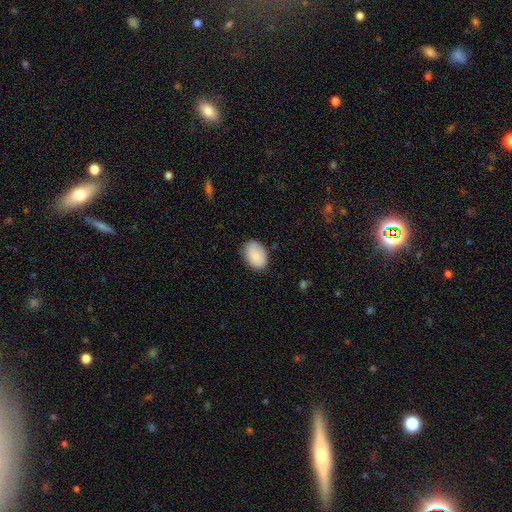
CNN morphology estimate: smooth_or_featured: smooth (p=0.85) [alt: featured or disk p=0.09]
how_rounded: in between (p=0.86) [alt: round p=0.13]
merging: none (p=0.79) [alt: minor disturbance p=0.17]